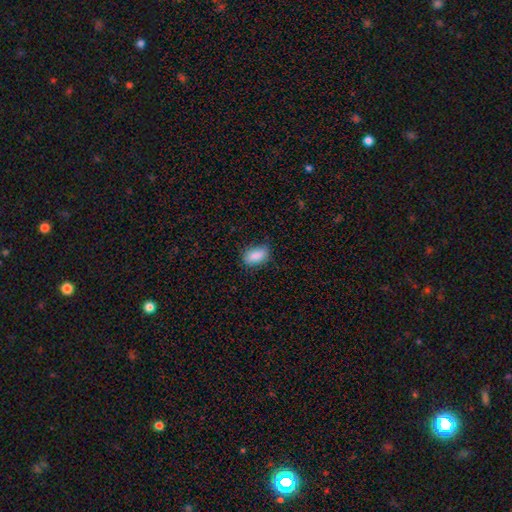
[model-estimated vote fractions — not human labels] Smooth or featured: smooth — 88% (star or artifact — 8%)
How rounded: in between — 89% (round — 8%)
Merging: none — 74% (minor disturbance — 21%)